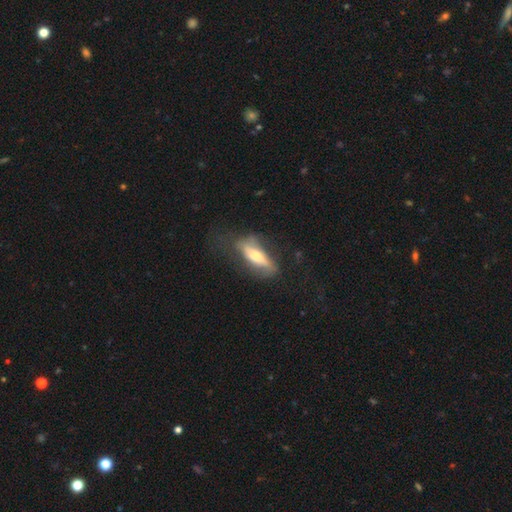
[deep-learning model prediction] A smooth galaxy with no disk features (50%) that is in between round and cigar-shaped (52%). Merging: none (52%).